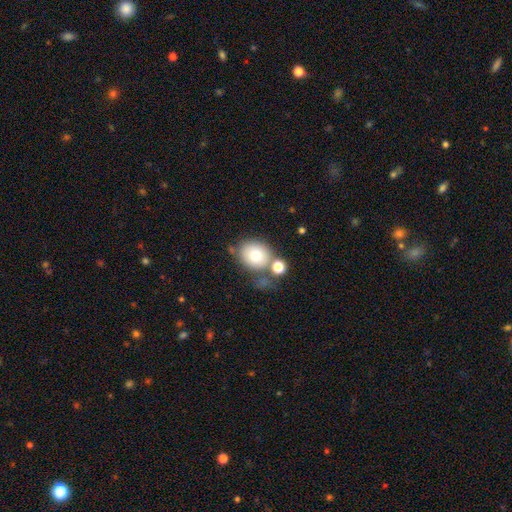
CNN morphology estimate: A smooth galaxy with no disk features (75%) that is round (70%).

Vote fractions:
- Smooth or featured? smooth: 75% / featured or disk: 15% / star or artifact: 10%
- How rounded? round: 70% / in between: 29% / cigar-shaped: 1%
- Merging? none: 54% / merger: 22% / minor disturbance: 16% / major disturbance: 8%